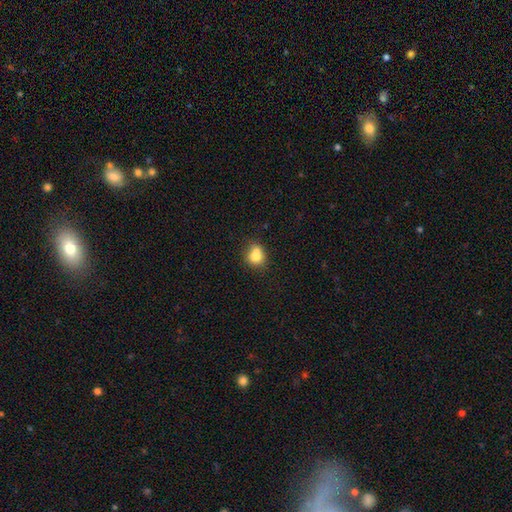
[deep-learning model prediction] A smooth galaxy with no disk features (76%) that is round (71%). Merging: none (46%).